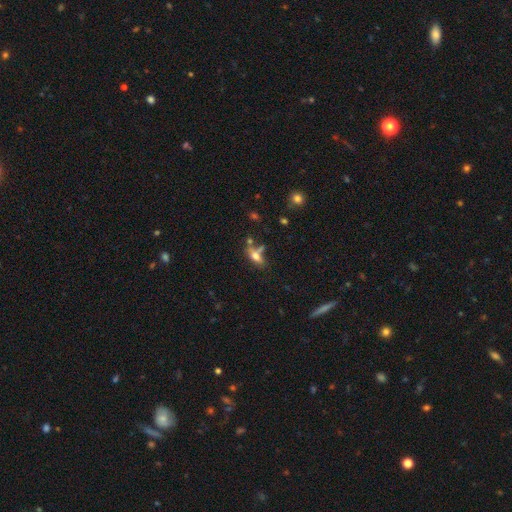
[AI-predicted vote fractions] Smooth or featured: smooth — 65% (featured or disk — 23%)
How rounded: in between — 75% (cigar-shaped — 18%)
Merging: none — 46% (merger — 26%)